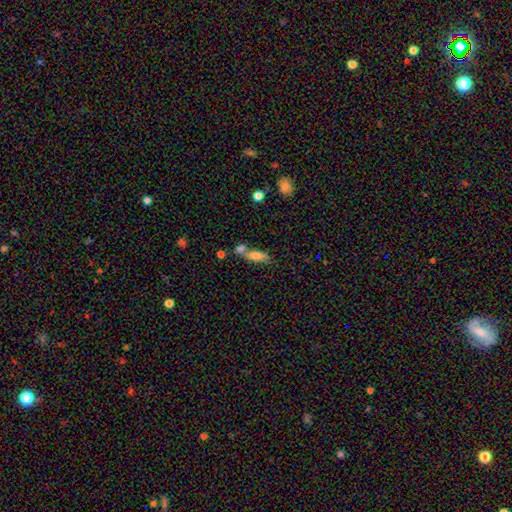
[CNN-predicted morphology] Smooth or featured?
  - smooth: 69% *
  - featured or disk: 21%
  - star or artifact: 9%
How rounded?
  - in between: 60% *
  - cigar-shaped: 36%
  - round: 4%
Merging?
  - merger: 42% *
  - none: 40%
  - minor disturbance: 12%
  - major disturbance: 5%